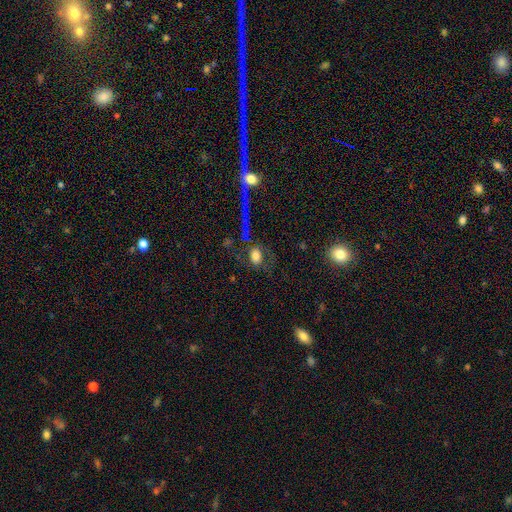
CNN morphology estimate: smooth_or_featured: smooth (p=0.64) [alt: featured or disk p=0.23]
how_rounded: in between (p=0.68) [alt: round p=0.29]
merging: none (p=0.50) [alt: major disturbance p=0.23]